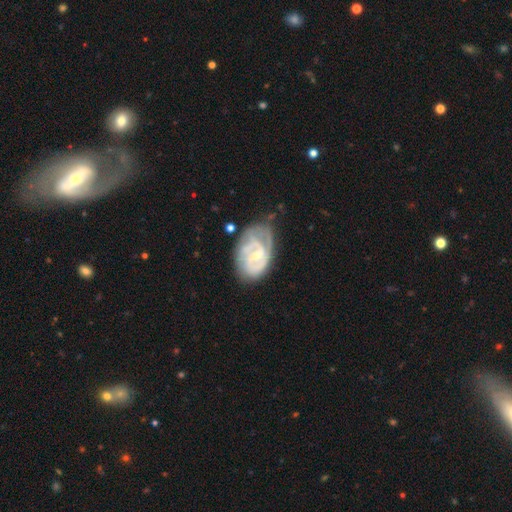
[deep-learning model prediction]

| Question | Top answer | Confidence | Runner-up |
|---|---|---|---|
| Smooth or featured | featured or disk | 82% | smooth (13%) |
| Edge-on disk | no | 97% | yes (3%) |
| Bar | weak | 52% | no (32%) |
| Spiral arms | yes | 92% | no (8%) |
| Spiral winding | tight | 53% | medium (37%) |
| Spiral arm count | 2 | 52% | can't tell (23%) |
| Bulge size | small | 63% | moderate (29%) |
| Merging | none | 50% | minor disturbance (30%) |